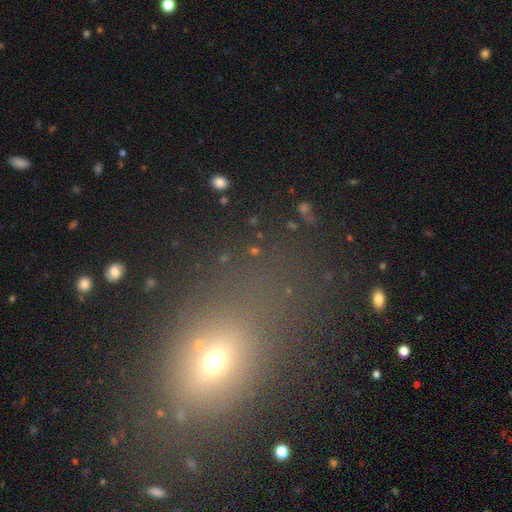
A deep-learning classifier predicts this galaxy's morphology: smooth 46%, star or artifact 40%, featured or disk 14%. Down the decision tree: merging — none (68%).